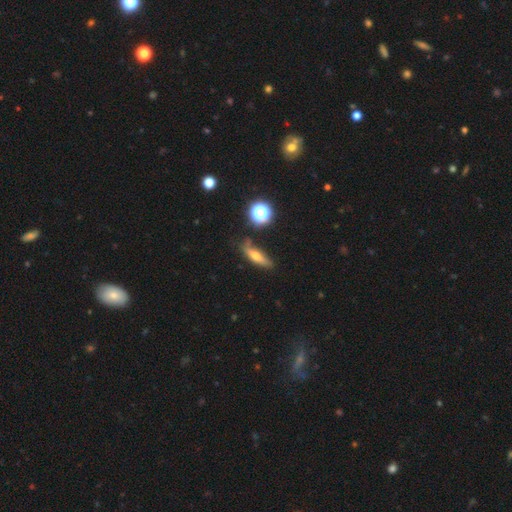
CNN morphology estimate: smooth-or-featured: smooth: 57% | featured or disk: 30% | star or artifact: 13%
  how-rounded: cigar-shaped: 60% | in between: 32% | round: 8%
  merging: none: 69% | minor disturbance: 21% | major disturbance: 6% | merger: 5%